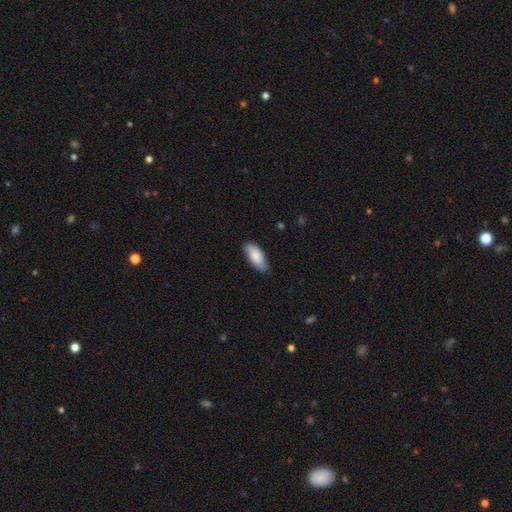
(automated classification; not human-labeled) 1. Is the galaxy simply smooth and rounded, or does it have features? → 84% smooth, 11% featured or disk, 6% star or artifact.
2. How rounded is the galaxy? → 85% in between, 13% cigar-shaped, 2% round.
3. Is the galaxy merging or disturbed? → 77% none, 19% minor disturbance, 3% major disturbance, 1% merger.